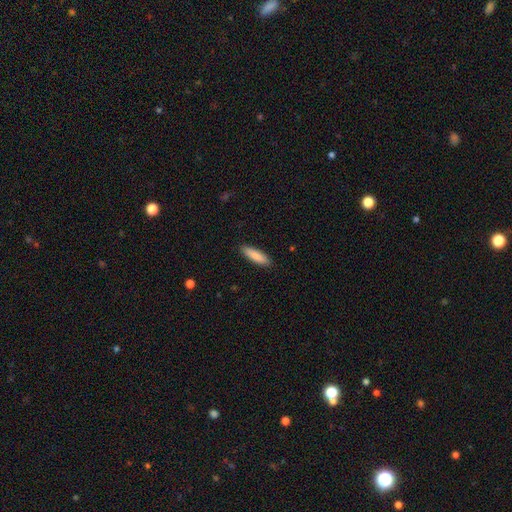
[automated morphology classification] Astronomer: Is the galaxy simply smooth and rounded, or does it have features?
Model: smooth — 86%.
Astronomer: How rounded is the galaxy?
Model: cigar-shaped — 63%.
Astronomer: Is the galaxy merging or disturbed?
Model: none — 90%.